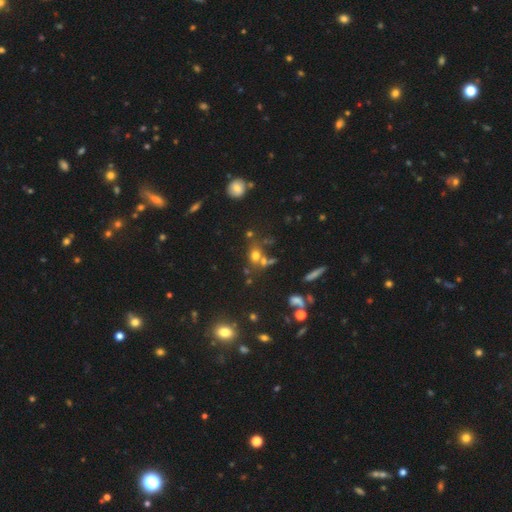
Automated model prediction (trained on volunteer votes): smooth_or_featured: smooth (p=0.64) [alt: star or artifact p=0.22]
how_rounded: round (p=0.60) [alt: in between p=0.37]
merging: none (p=0.51) [alt: merger p=0.29]